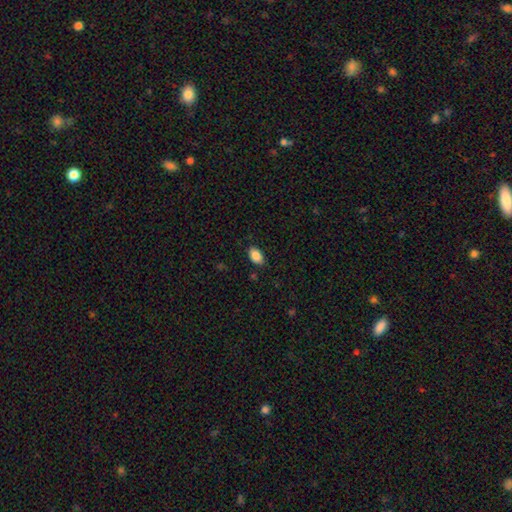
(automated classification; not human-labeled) smooth_or_featured: smooth (p=0.88) [alt: star or artifact p=0.08]
how_rounded: in between (p=0.91) [alt: round p=0.06]
merging: none (p=0.84) [alt: minor disturbance p=0.12]